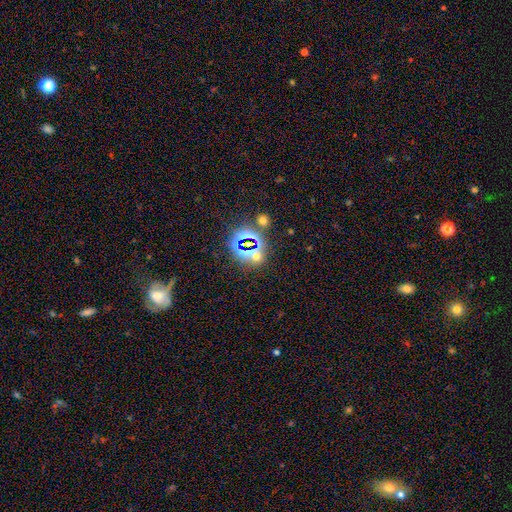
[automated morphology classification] Smooth or featured? star or artifact (63%)